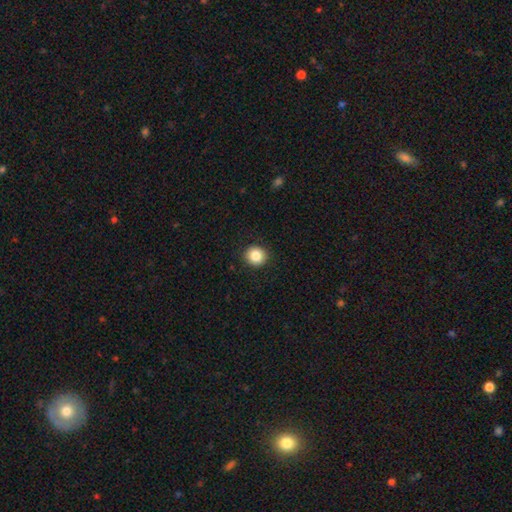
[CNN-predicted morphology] Smooth or featured? Predicted: smooth (p=0.86). How rounded? Predicted: round (p=0.91). Merging? Predicted: none (p=0.92).